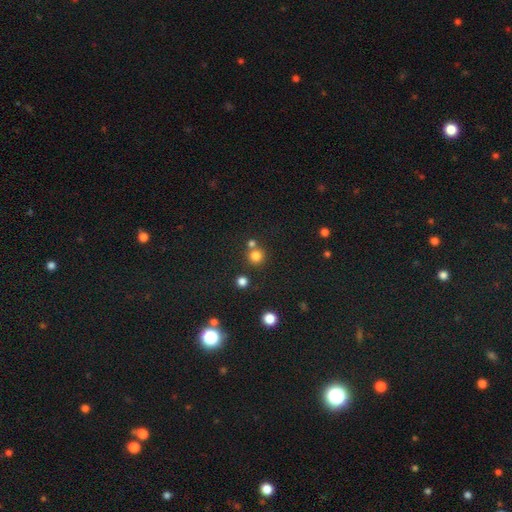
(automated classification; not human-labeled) Q: Smooth or featured?
A: smooth (78%); runner-up: star or artifact (16%)
Q: How rounded?
A: round (93%); runner-up: in between (6%)
Q: Merging?
A: none (69%); runner-up: merger (21%)